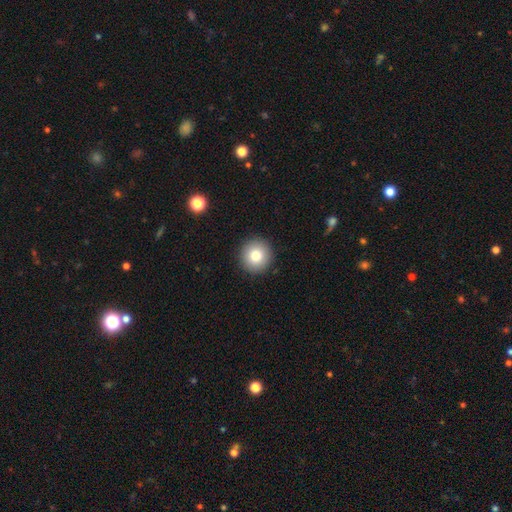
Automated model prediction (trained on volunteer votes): Smooth or featured? Predicted: smooth (p=0.81). How rounded? Predicted: round (p=0.95). Merging? Predicted: none (p=0.92).